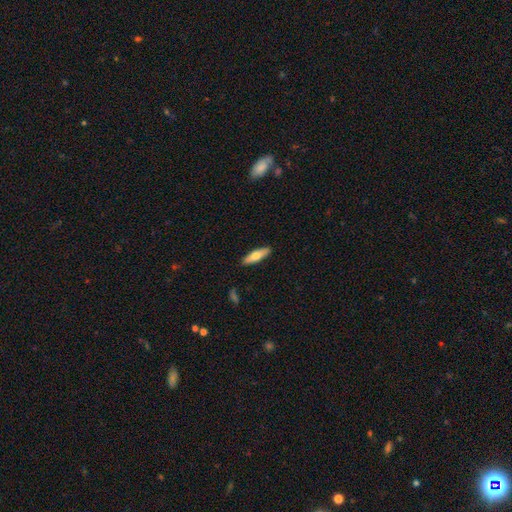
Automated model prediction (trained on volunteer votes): Smooth or featured? Predicted: smooth (p=0.64). How rounded? Predicted: cigar-shaped (p=0.59). Merging? Predicted: none (p=0.90).